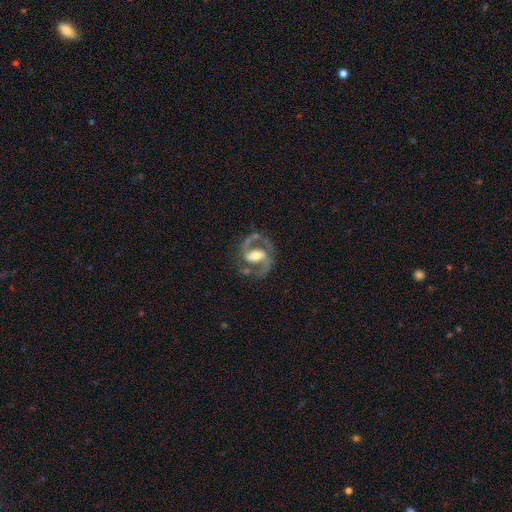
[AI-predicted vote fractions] Smooth or featured?
  - featured or disk: 91% *
  - smooth: 5%
  - star or artifact: 5%
Edge-on disk?
  - no: 97% *
  - yes: 3%
Bar?
  - strong: 44% *
  - weak: 37%
  - no: 19%
Spiral arms?
  - yes: 97% *
  - no: 3%
Spiral winding?
  - medium: 65% *
  - tight: 19%
  - loose: 16%
Spiral arm count?
  - 2: 93% *
  - 1: 2%
  - can't tell: 2%
  - 3: 1%
  - 4: 1%
  - more than 4: 1%
Bulge size?
  - moderate: 61% *
  - small: 25%
  - large: 11%
  - none: 2%
  - dominant: 1%
Merging?
  - none: 76% *
  - minor disturbance: 14%
  - major disturbance: 8%
  - merger: 2%